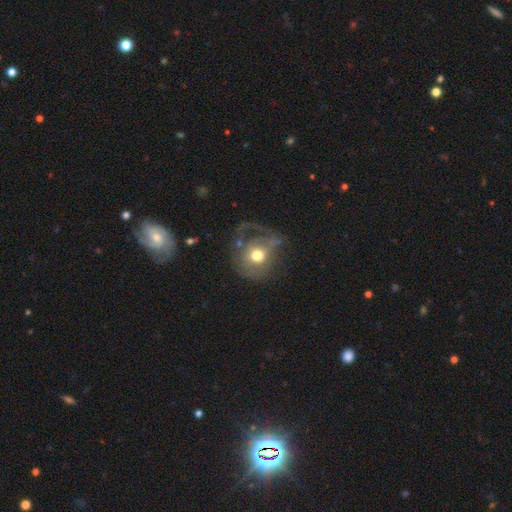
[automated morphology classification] Smooth or featured? Predicted: featured or disk (p=0.48). Merging? Predicted: none (p=0.38, tied with major disturbance).